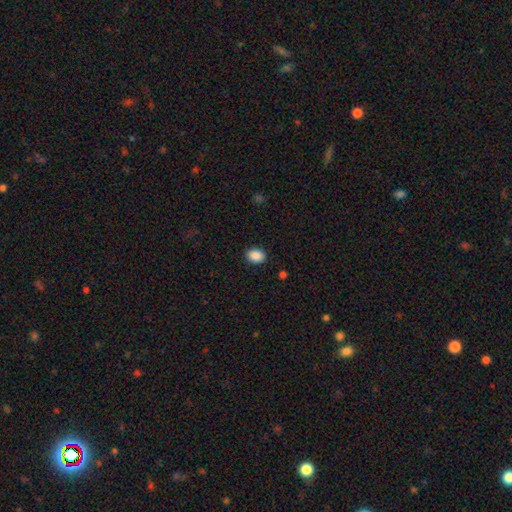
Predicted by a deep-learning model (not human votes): Smooth or featured: smooth — 89% (star or artifact — 8%)
How rounded: in between — 71% (round — 28%)
Merging: none — 89% (minor disturbance — 8%)